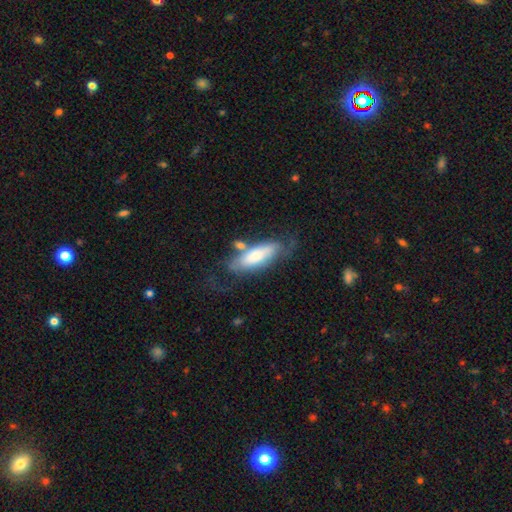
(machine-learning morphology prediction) Smooth or featured: smooth — 58% (featured or disk — 36%)
How rounded: in between — 61% (cigar-shaped — 37%)
Merging: none — 48% (minor disturbance — 24%)